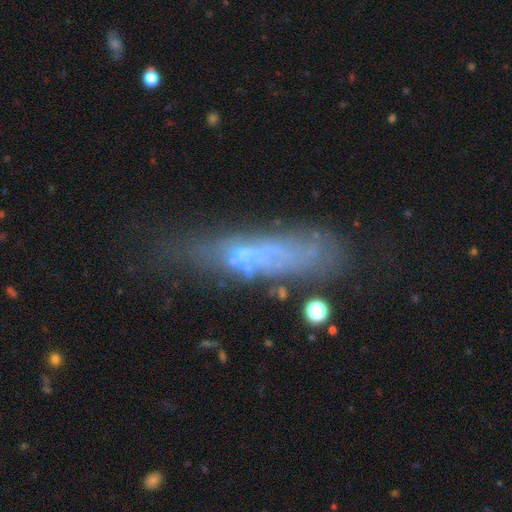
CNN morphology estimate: Q: Smooth or featured?
A: featured or disk (50%); runner-up: smooth (37%)
Q: Merging?
A: none (47%); runner-up: minor disturbance (24%)